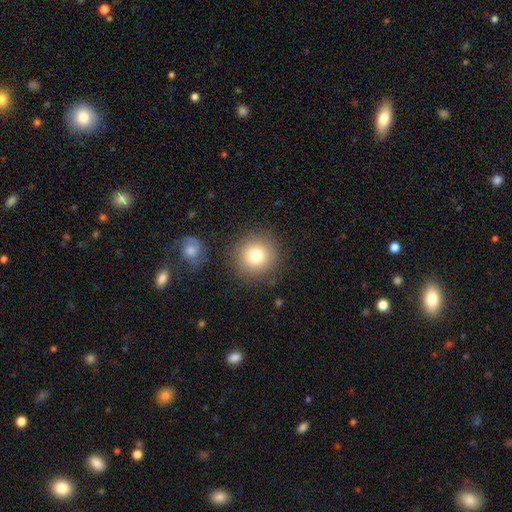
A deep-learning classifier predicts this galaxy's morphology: Smooth or featured?
  - smooth: 78% *
  - star or artifact: 11%
  - featured or disk: 11%
How rounded?
  - round: 94% *
  - in between: 5%
  - cigar-shaped: 1%
Merging?
  - none: 86% *
  - minor disturbance: 7%
  - major disturbance: 3%
  - merger: 3%